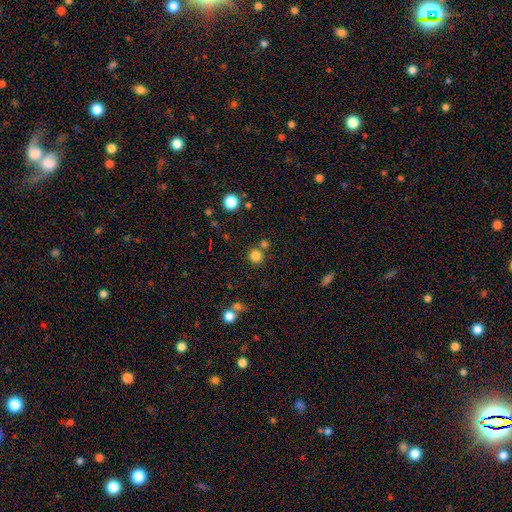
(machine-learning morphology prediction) Smooth or featured? smooth (81%)
How rounded? round (91%)
Merging? none (74%)